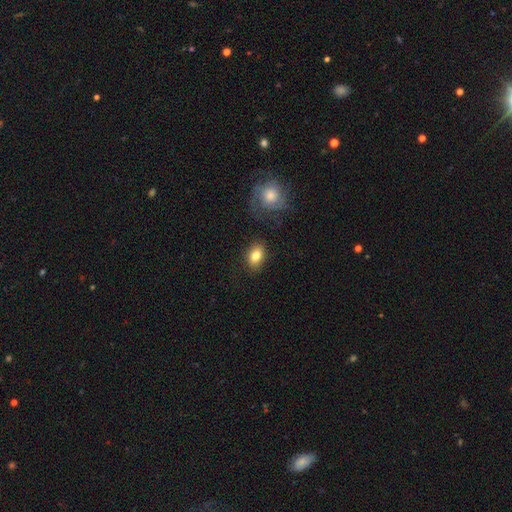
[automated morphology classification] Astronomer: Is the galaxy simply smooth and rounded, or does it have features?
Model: smooth — 82%.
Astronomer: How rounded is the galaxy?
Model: in between — 78%.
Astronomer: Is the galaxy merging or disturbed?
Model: none — 82%.